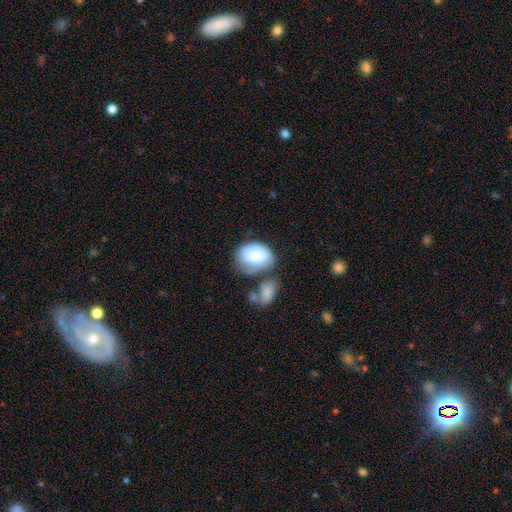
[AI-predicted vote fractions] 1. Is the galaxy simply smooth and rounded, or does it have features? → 63% smooth, 31% featured or disk, 7% star or artifact.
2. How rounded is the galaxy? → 71% in between, 28% round, 1% cigar-shaped.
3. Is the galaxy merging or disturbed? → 34% none, 26% minor disturbance, 26% merger, 13% major disturbance.